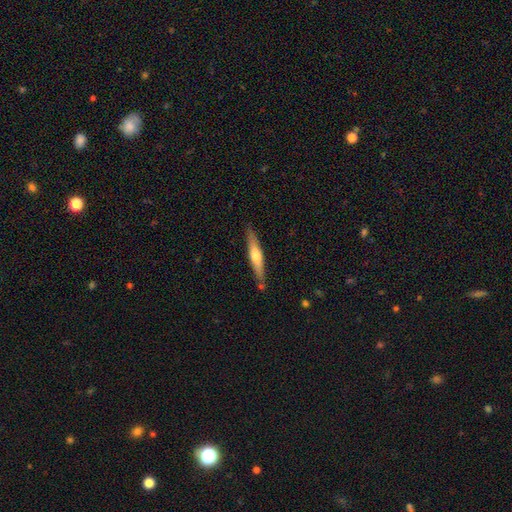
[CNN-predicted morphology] Smooth or featured? featured or disk (54%)
Edge-on disk? yes (95%)
Edge-on bulge? rounded (87%)
Merging? none (84%)